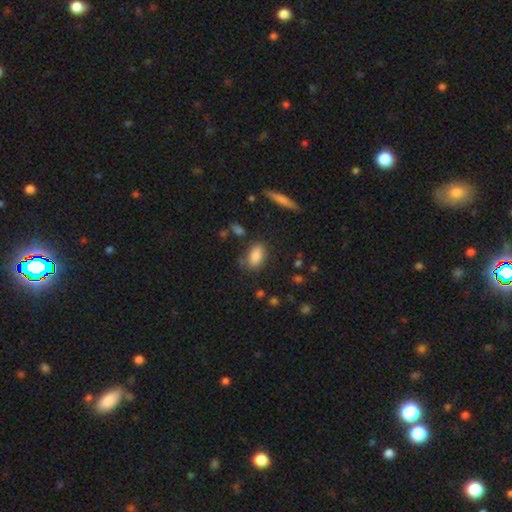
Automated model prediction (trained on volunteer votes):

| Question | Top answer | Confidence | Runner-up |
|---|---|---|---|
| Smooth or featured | smooth | 84% | star or artifact (8%) |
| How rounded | in between | 88% | round (6%) |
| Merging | none | 75% | minor disturbance (16%) |